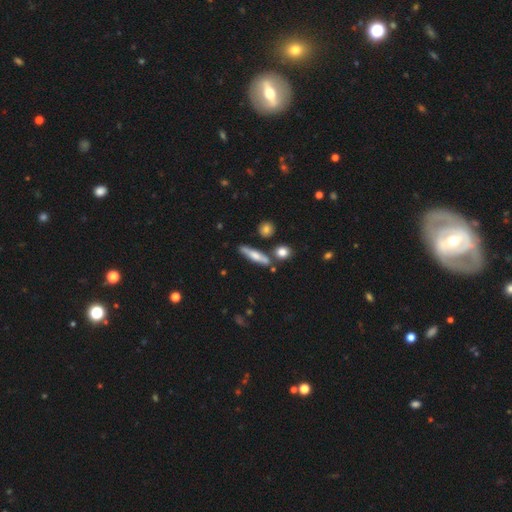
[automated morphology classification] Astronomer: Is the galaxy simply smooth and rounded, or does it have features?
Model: smooth — 53% (runner-up: featured or disk, 40%).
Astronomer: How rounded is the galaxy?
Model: cigar-shaped — 75%.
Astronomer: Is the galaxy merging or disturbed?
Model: none — 73%.